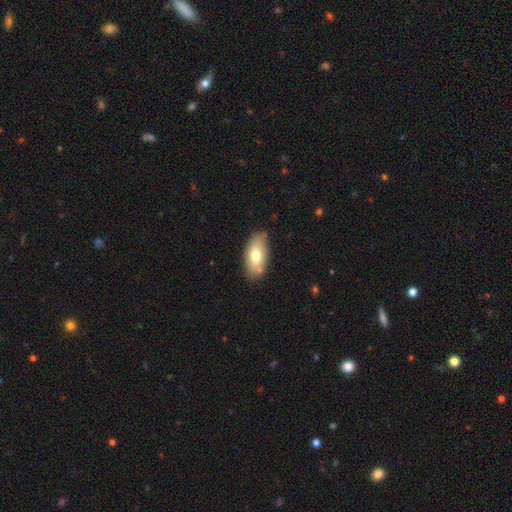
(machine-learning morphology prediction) smooth-or-featured: smooth: 71% | featured or disk: 22% | star or artifact: 7%
  how-rounded: in between: 92% | cigar-shaped: 5% | round: 3%
  merging: none: 76% | minor disturbance: 15% | merger: 6% | major disturbance: 3%